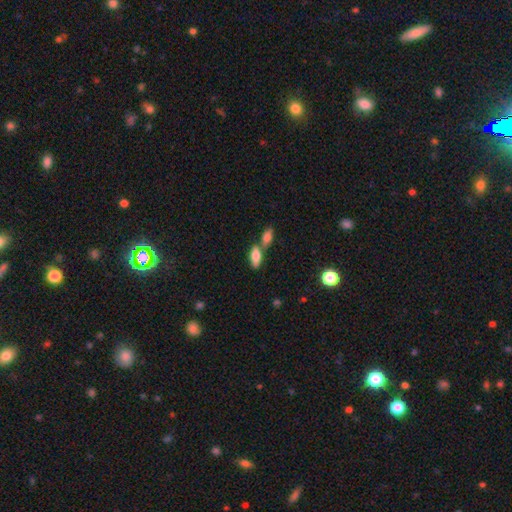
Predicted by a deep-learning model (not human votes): Overall: smooth (73%). How rounded: in between (82%). Merging: merger (43%, tied with none).